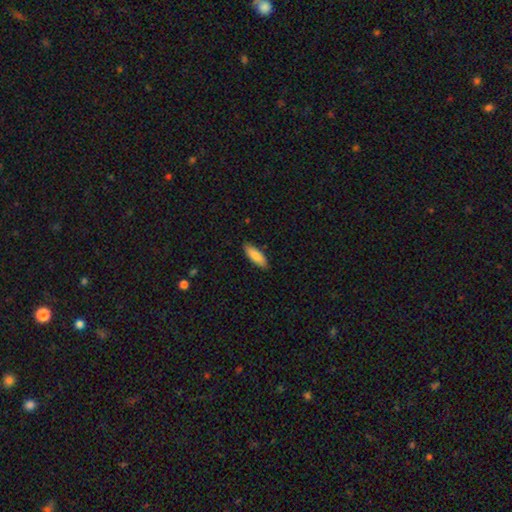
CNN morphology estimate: Smooth or featured: smooth — 87% (featured or disk — 7%)
How rounded: in between — 61% (cigar-shaped — 38%)
Merging: none — 85% (minor disturbance — 11%)